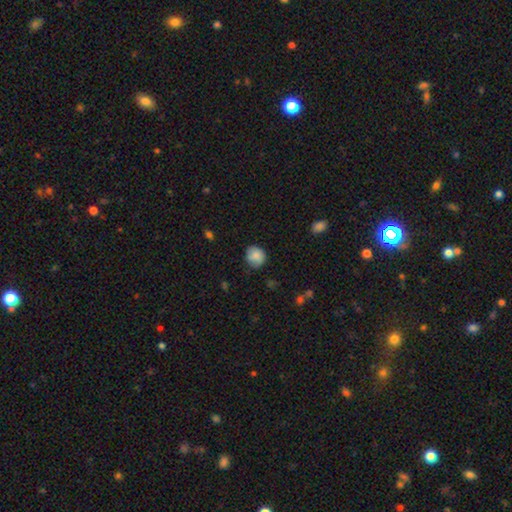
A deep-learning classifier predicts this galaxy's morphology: Smooth or featured? smooth (82%)
How rounded? round (79%)
Merging? none (71%)